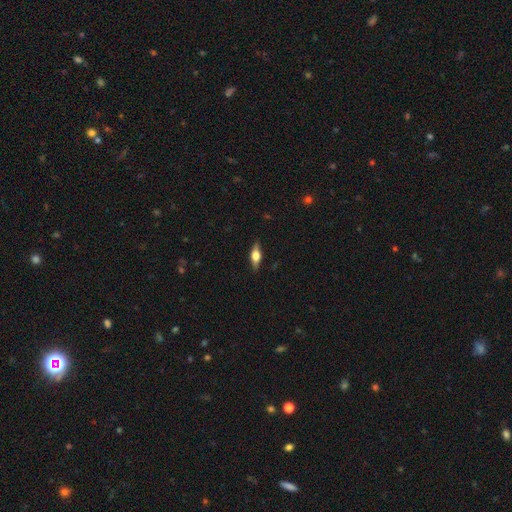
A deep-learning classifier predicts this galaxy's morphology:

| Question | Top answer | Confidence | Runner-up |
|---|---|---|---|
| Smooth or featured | featured or disk | 49% | smooth (44%) |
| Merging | none | 86% | minor disturbance (11%) |